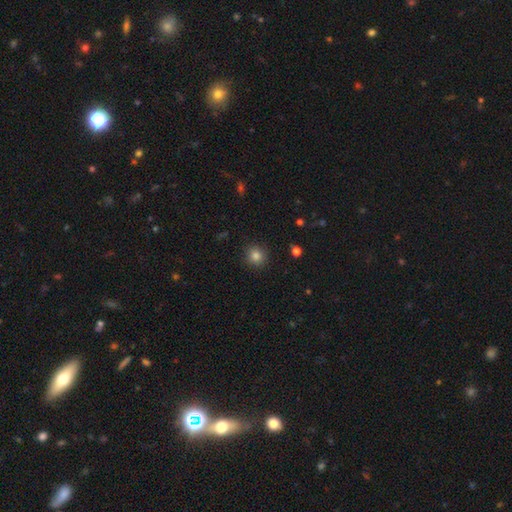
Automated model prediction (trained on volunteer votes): The model was most divided on "smooth or featured": smooth: 84%, star or artifact: 11%, featured or disk: 5%. More confident: how rounded — round (91%); merging — none (90%).